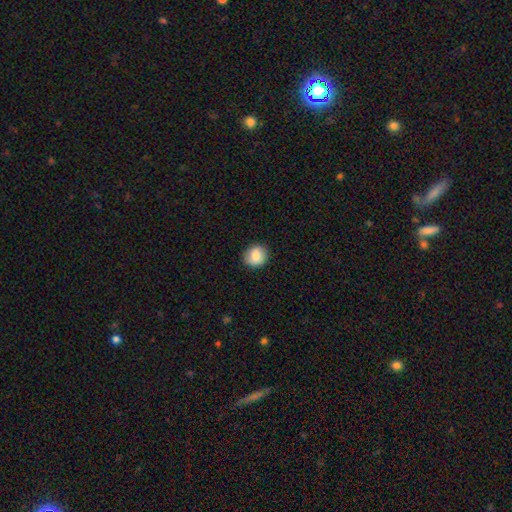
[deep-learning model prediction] Morphology: type=smooth (84%); roundness=round (76%); merging=none (87%).